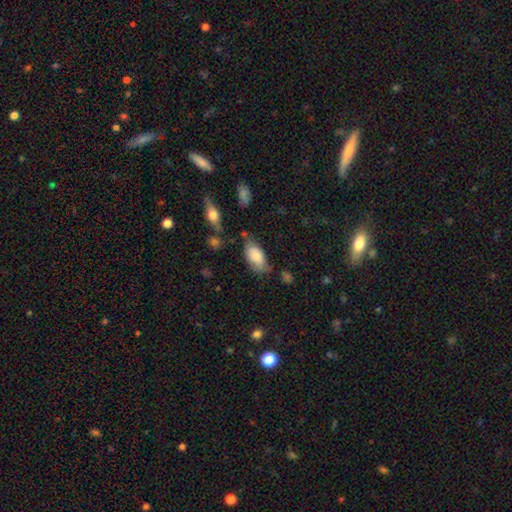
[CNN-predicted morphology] This appears to be a smooth galaxy with no disk features (79%) that is in between round and cigar-shaped (92%). Merging: none (54%).